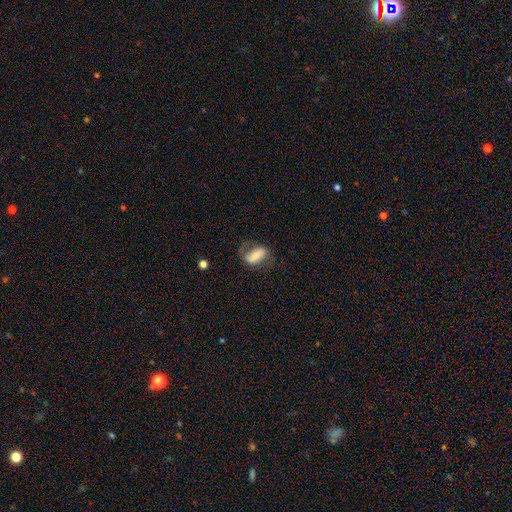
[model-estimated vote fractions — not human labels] A smooth galaxy with no disk features (47%). Merging: none (46%).